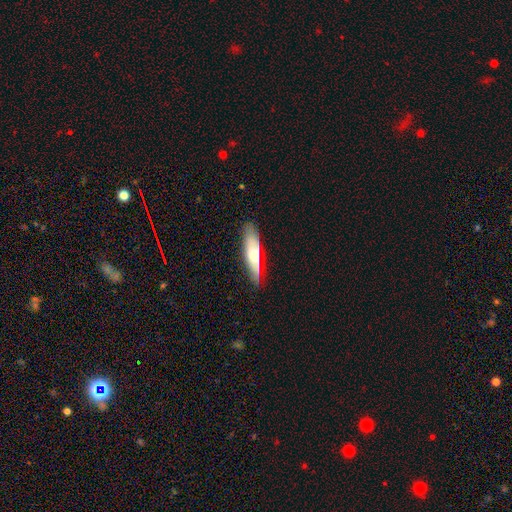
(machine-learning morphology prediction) A smooth galaxy with no disk features (53%) that is cigar-shaped (62%). Merging: none (81%).